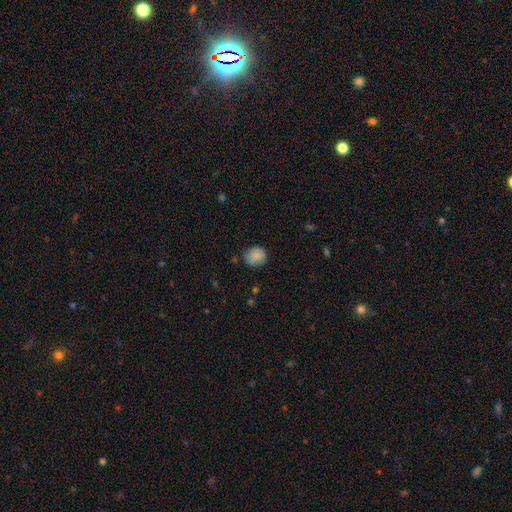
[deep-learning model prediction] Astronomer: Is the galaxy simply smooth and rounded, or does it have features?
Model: smooth — 84%.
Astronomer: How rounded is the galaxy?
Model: round — 83%.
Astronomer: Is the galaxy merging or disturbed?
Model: none — 75%.